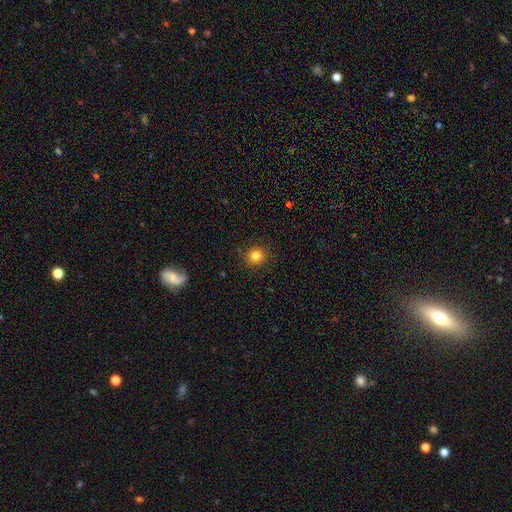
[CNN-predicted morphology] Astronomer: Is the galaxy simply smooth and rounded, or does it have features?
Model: smooth — 83%.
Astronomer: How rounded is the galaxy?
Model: round — 90%.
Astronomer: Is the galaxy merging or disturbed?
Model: none — 91%.